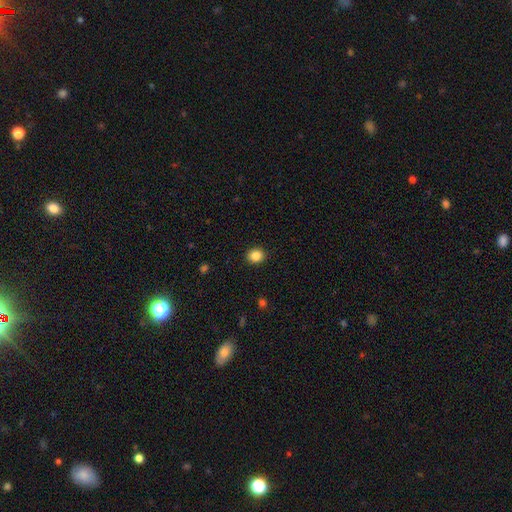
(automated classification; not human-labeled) Smooth or featured? smooth (86%)
How rounded? round (75%)
Merging? none (91%)